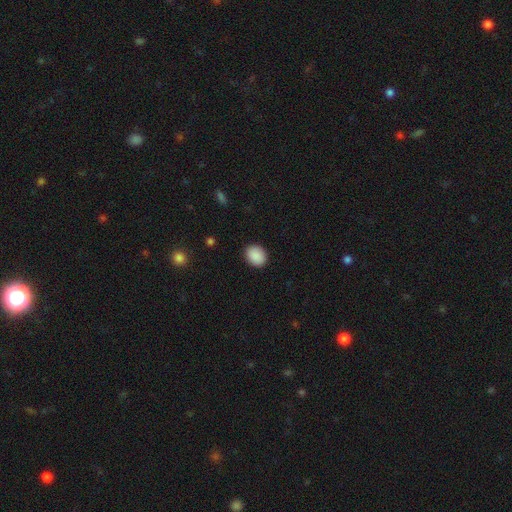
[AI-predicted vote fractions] Overall: smooth (90%). How rounded: round (51%; in between 48%). Merging: none (89%).